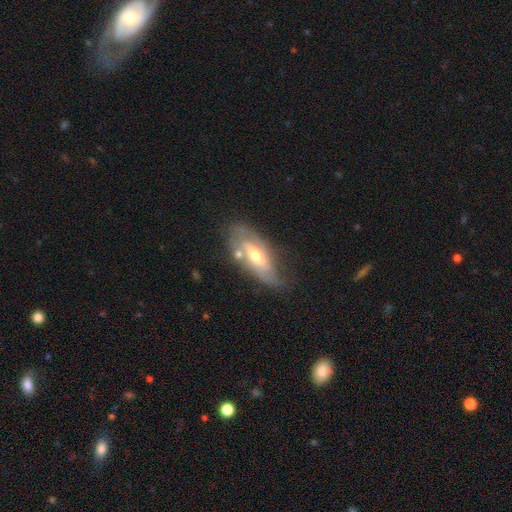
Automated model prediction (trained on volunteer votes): Overall: featured or disk (67%). Edge-on disk: no (78%). Bar: no (41%; weak 40%). Spiral arms: yes (69%; no 31%). Bulge size: moderate (67%). Merging: none (57%; minor disturbance 26%).